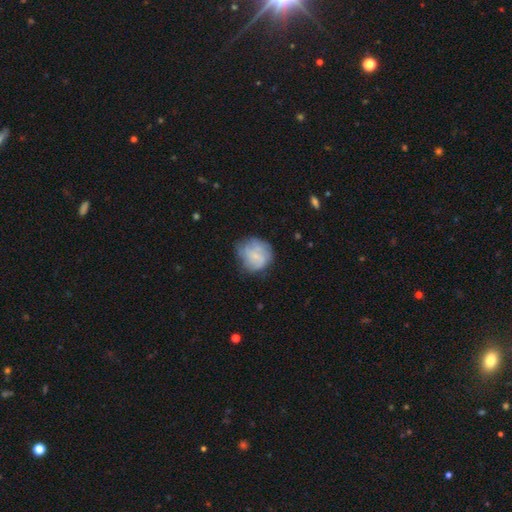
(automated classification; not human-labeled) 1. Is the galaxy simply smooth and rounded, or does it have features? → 53% smooth, 39% featured or disk, 8% star or artifact.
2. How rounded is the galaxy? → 80% round, 19% in between, 1% cigar-shaped.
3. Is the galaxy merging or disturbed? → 60% none, 27% minor disturbance, 12% major disturbance, 2% merger.